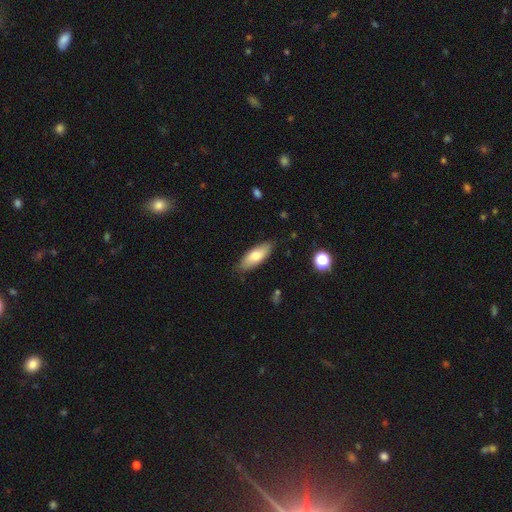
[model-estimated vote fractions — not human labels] smooth-or-featured: smooth: 70% | featured or disk: 23% | star or artifact: 6%
  how-rounded: in between: 68% | cigar-shaped: 29% | round: 2%
  merging: none: 85% | minor disturbance: 12% | major disturbance: 2% | merger: 1%